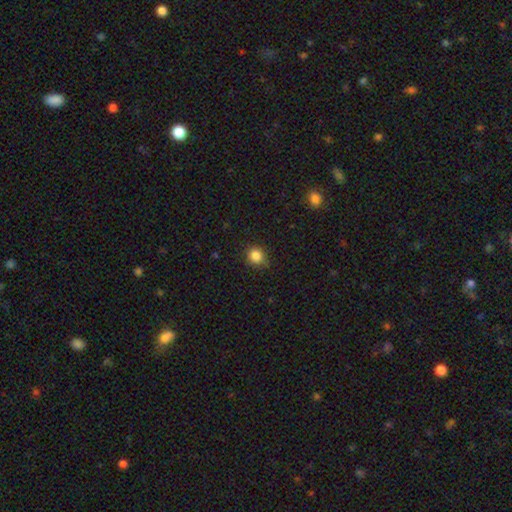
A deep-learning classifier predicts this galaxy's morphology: A smooth galaxy with no disk features (85%) that is round (83%). Merging: none (83%).